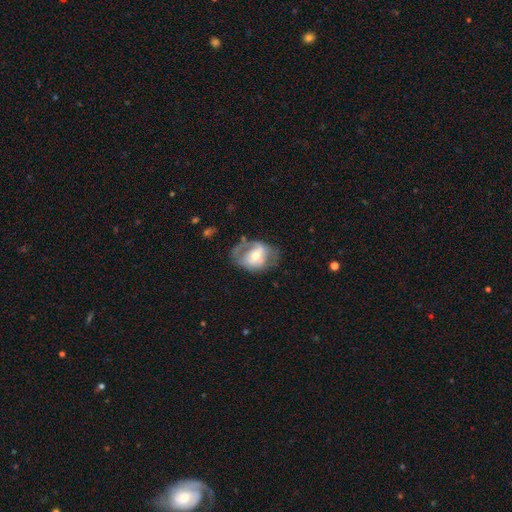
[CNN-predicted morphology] type=featured or disk (58%); edge-on=no (94%); bar=no (46%); spiral arms=no (50%, tied with yes); bulge=moderate (64%); merging=none (45%).